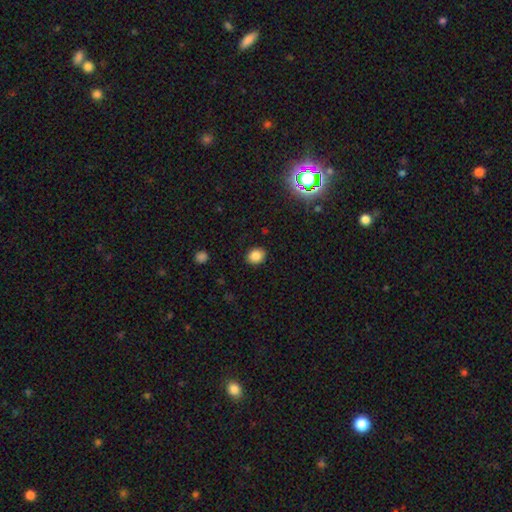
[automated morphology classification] Smooth or featured? Predicted: smooth (p=0.85). How rounded? Predicted: round (p=0.59). Merging? Predicted: none (p=0.88).